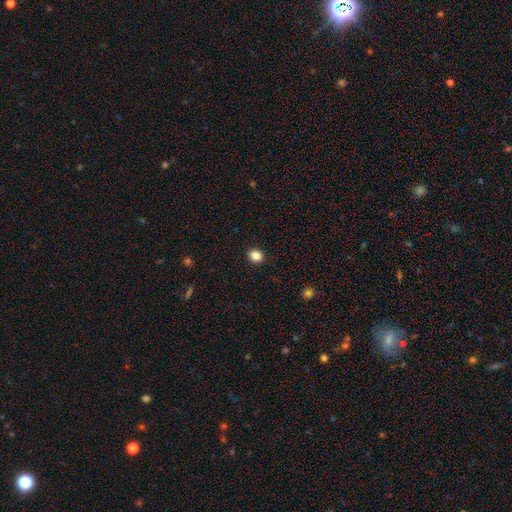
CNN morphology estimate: Q: Smooth or featured?
A: smooth (85%); runner-up: star or artifact (11%)
Q: How rounded?
A: round (76%); runner-up: in between (23%)
Q: Merging?
A: none (92%); runner-up: minor disturbance (5%)